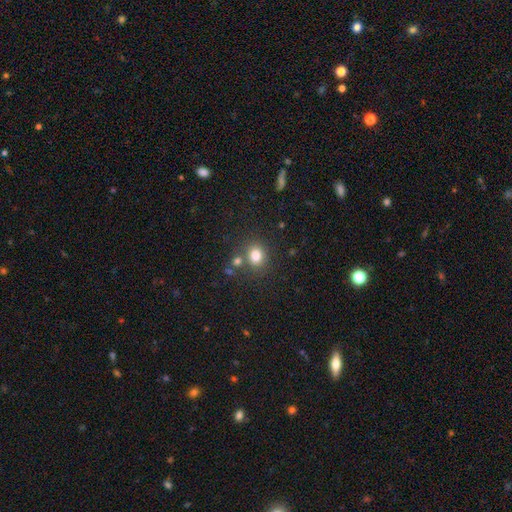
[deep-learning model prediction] smooth-or-featured: smooth: 81% | star or artifact: 13% | featured or disk: 7%
  how-rounded: round: 70% | in between: 29% | cigar-shaped: 1%
  merging: none: 71% | merger: 15% | minor disturbance: 10% | major disturbance: 4%